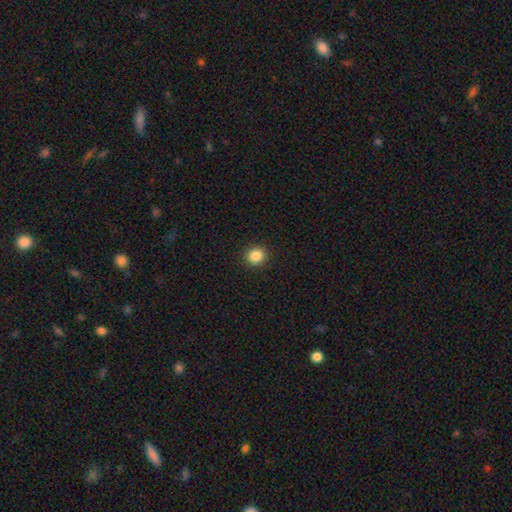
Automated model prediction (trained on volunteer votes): Smooth or featured: smooth — 86% (star or artifact — 11%)
How rounded: round — 86% (in between — 14%)
Merging: none — 92% (minor disturbance — 5%)